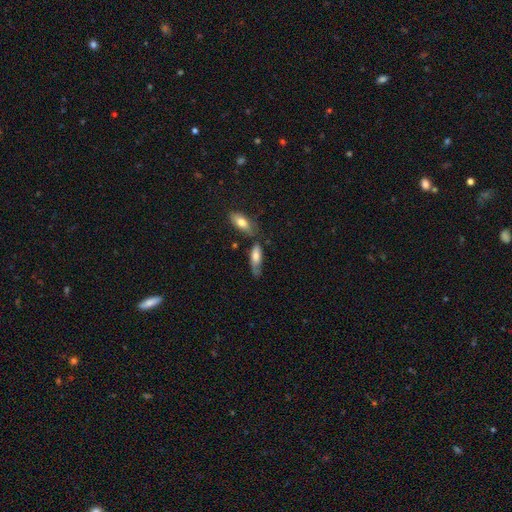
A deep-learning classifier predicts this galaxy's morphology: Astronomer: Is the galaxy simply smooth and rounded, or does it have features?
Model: smooth — 68%.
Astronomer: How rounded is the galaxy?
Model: in between — 66%.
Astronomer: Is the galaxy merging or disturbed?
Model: none — 47% (runner-up: minor disturbance, 29%).